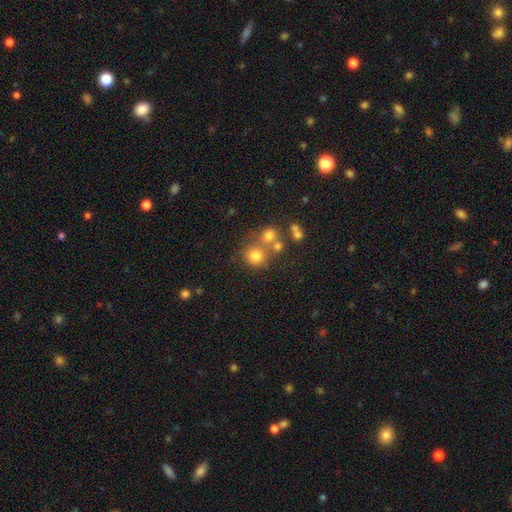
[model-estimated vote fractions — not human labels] smooth 72%, star or artifact 16%, featured or disk 12%. Down the decision tree: how rounded — round (88%); merging — none (57%).